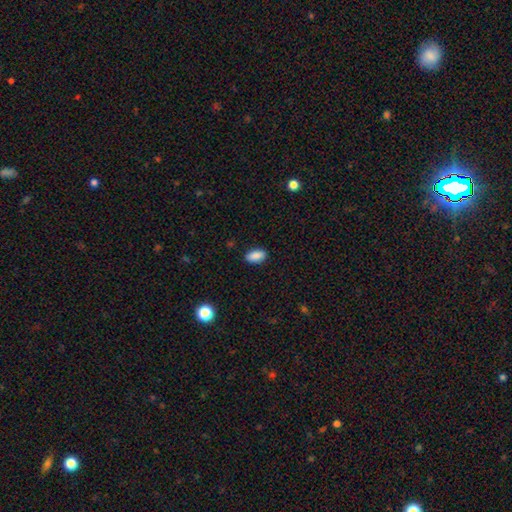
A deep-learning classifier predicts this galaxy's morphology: type=smooth (88%); roundness=in between (92%); merging=none (88%).